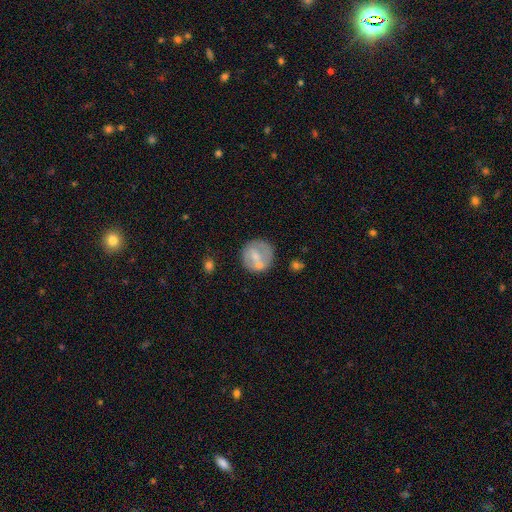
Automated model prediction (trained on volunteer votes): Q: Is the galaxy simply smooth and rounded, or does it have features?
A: smooth — 56%.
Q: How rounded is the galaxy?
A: round — 89%.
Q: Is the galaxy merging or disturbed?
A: none — 63%.